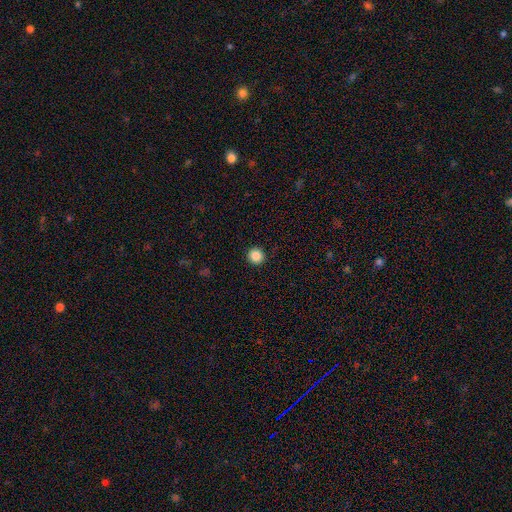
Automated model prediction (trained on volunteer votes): A smooth galaxy with no disk features (87%) that is round (95%). Merging: none (93%).